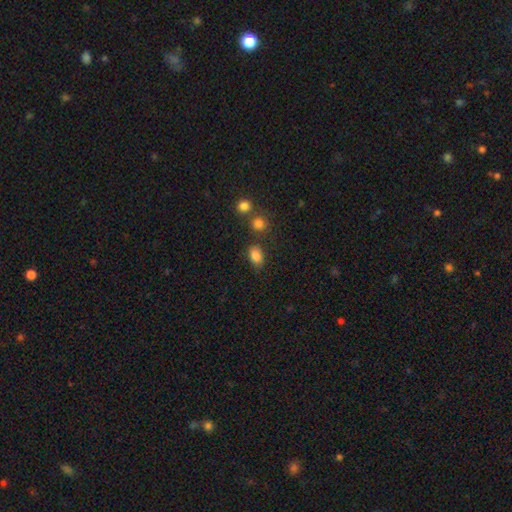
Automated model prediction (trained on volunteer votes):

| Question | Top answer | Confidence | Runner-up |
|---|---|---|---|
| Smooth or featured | smooth | 83% | star or artifact (11%) |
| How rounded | in between | 73% | round (25%) |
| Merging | none | 75% | minor disturbance (13%) |